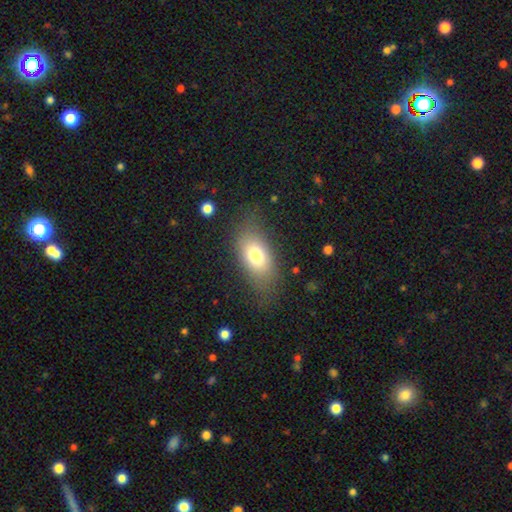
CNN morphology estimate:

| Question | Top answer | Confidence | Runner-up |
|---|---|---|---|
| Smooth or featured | smooth | 74% | featured or disk (16%) |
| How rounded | in between | 86% | round (9%) |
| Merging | none | 72% | minor disturbance (17%) |